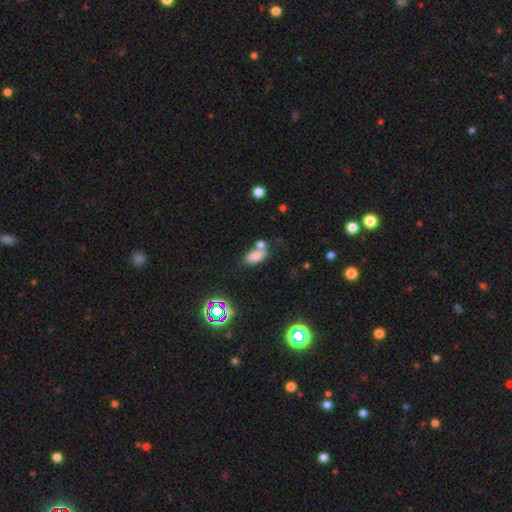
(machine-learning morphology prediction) This appears to be a smooth galaxy with no disk features (76%) that is in between round and cigar-shaped (87%). Merging: none (46%).